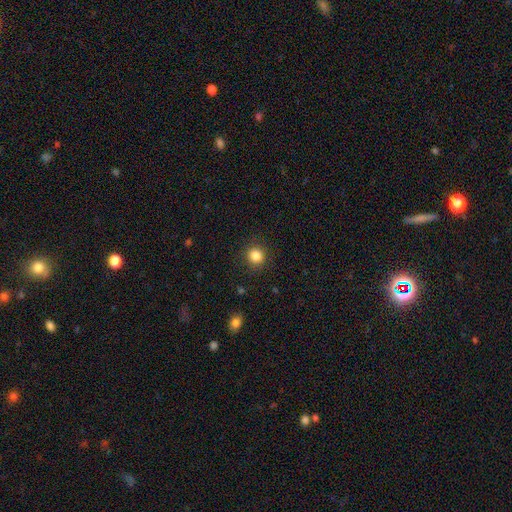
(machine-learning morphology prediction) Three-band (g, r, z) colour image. It shows a smooth galaxy with no disk features (85%) that is round (89%). Merging: none (89%).